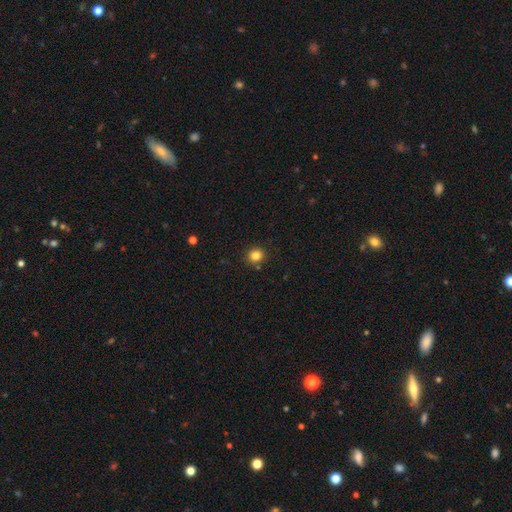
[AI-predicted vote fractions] Morphology: type=smooth (84%); roundness=round (87%); merging=none (86%).